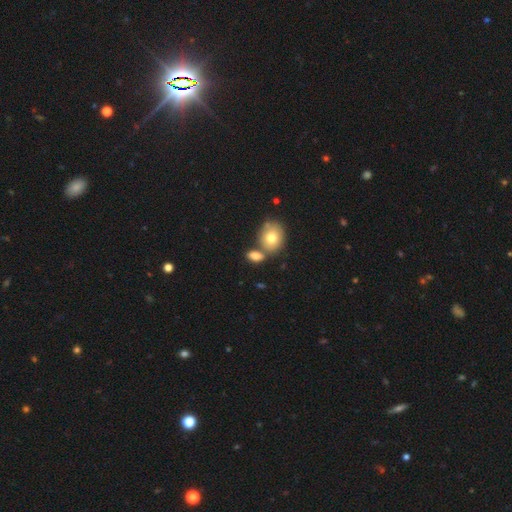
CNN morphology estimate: Q: Smooth or featured?
A: smooth (79%); runner-up: featured or disk (12%)
Q: How rounded?
A: in between (77%); runner-up: round (19%)
Q: Merging?
A: none (53%); runner-up: merger (30%)